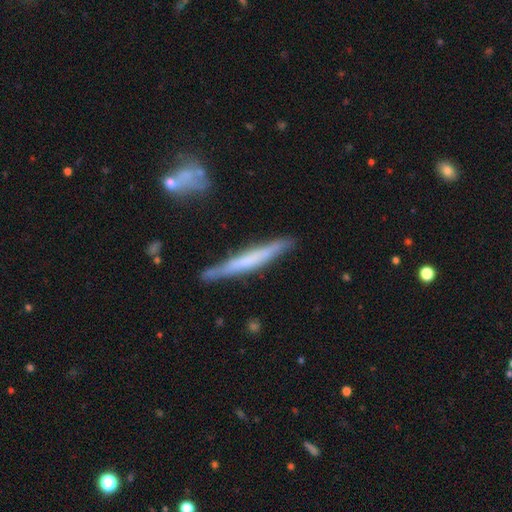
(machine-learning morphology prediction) Smooth or featured? featured or disk (48%)
Merging? none (82%)